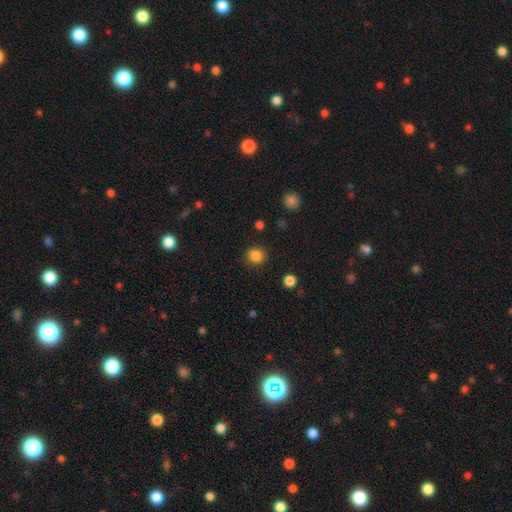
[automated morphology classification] This is clearly a smooth galaxy (85%). How rounded: clearly round (88%). Merging: clearly none (88%).